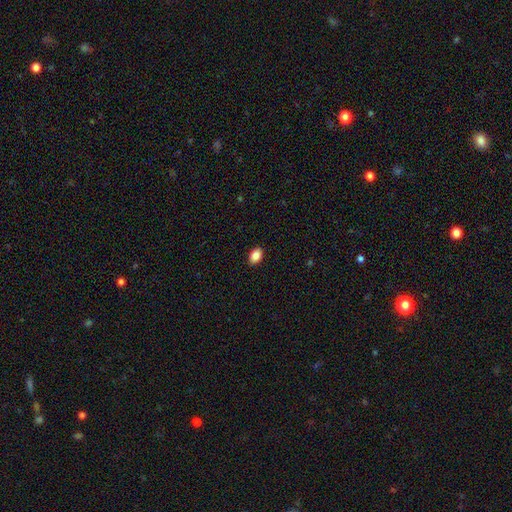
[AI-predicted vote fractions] Smooth or featured? smooth (88%)
How rounded? in between (84%)
Merging? none (90%)